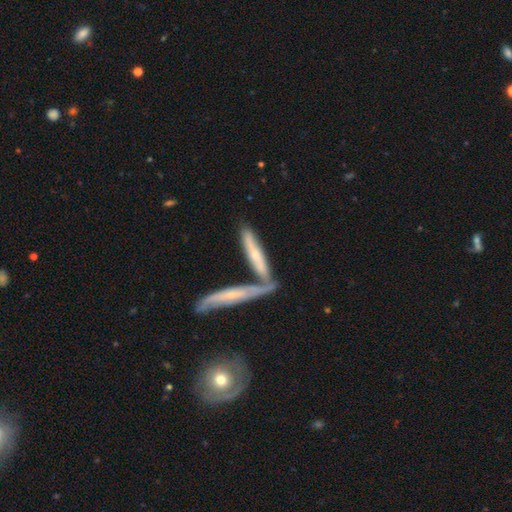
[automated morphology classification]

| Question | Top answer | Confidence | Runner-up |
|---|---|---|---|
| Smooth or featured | featured or disk | 54% | smooth (40%) |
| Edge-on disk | yes | 74% | no (26%) |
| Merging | merger | 43% | none (42%) |